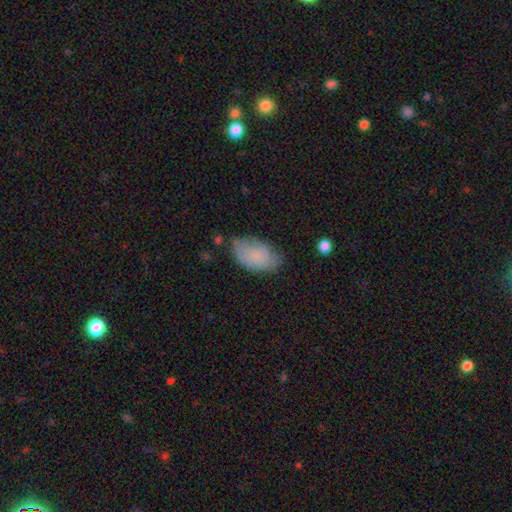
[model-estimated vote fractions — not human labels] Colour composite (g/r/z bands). It shows a smooth galaxy with no disk features (77%) that is in between round and cigar-shaped (94%). Merging: none (60%).